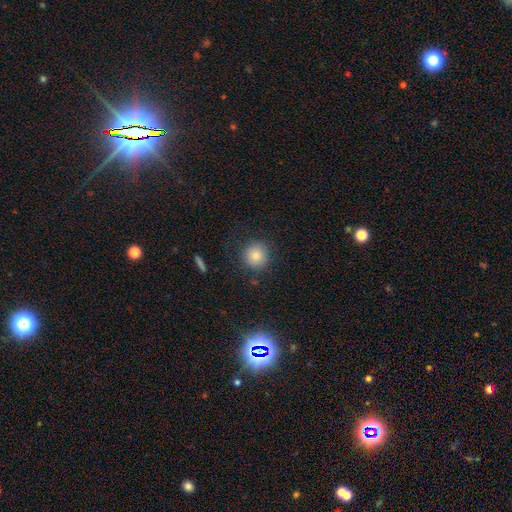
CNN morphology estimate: A smooth galaxy with no disk features (83%) that is round (92%).

Vote fractions:
- Smooth or featured? smooth: 83% / star or artifact: 11% / featured or disk: 7%
- How rounded? round: 92% / in between: 7% / cigar-shaped: 1%
- Merging? none: 84% / minor disturbance: 10% / major disturbance: 4% / merger: 2%